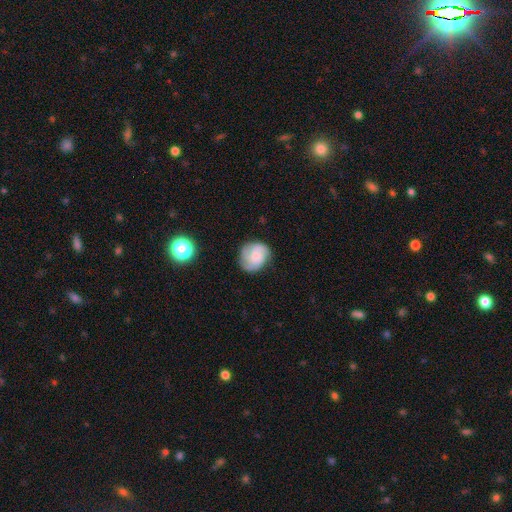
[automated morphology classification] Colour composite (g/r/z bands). It shows a featured or disk galaxy (71%) with no bar (72%), 3 (57%) tight (49%) spiral arms (96%) and a small central bulge (50%). Merging: none (76%).